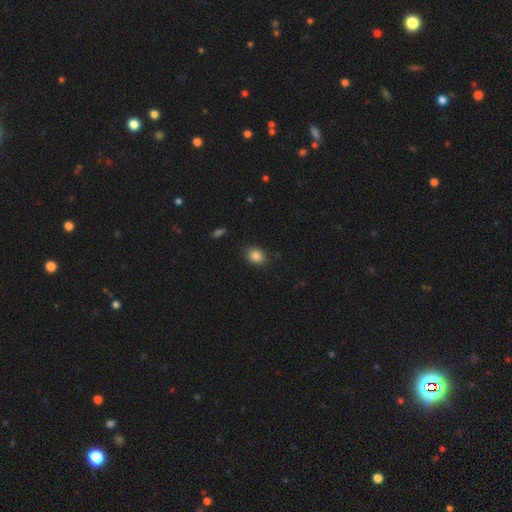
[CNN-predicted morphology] This appears to be a smooth galaxy with no disk features (85%) that is in between round and cigar-shaped (56%). Merging: none (87%).